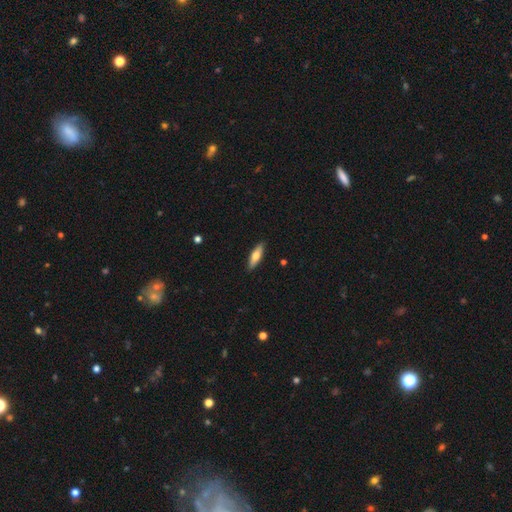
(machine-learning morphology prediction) This is likely a smooth galaxy (65%). How rounded: possibly cigar-shaped (58%). Merging: clearly none (90%).